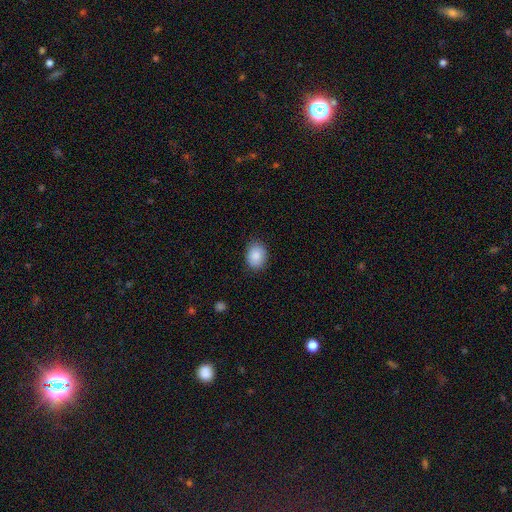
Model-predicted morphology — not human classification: Q: Smooth or featured?
A: smooth (87%); runner-up: star or artifact (8%)
Q: How rounded?
A: in between (59%); runner-up: round (41%)
Q: Merging?
A: none (86%); runner-up: minor disturbance (11%)